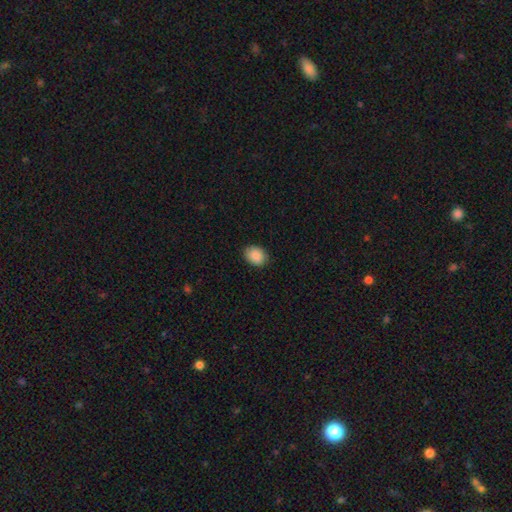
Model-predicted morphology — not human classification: smooth_or_featured: smooth (p=0.88) [alt: star or artifact p=0.08]
how_rounded: in between (p=0.61) [alt: round p=0.39]
merging: none (p=0.86) [alt: minor disturbance p=0.11]